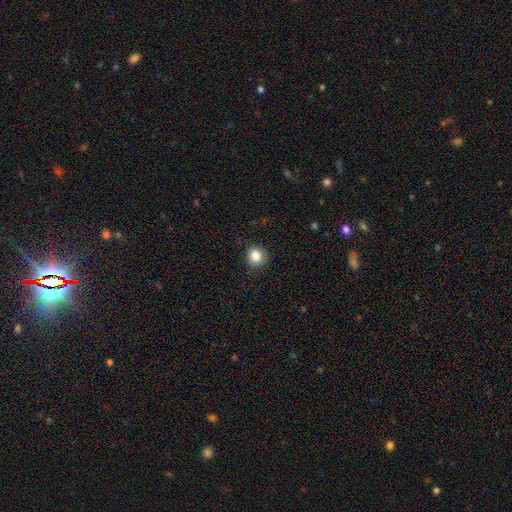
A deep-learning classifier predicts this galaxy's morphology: The model was most divided on "smooth or featured": smooth: 84%, star or artifact: 10%, featured or disk: 5%. More confident: how rounded — round (90%); merging — none (90%).